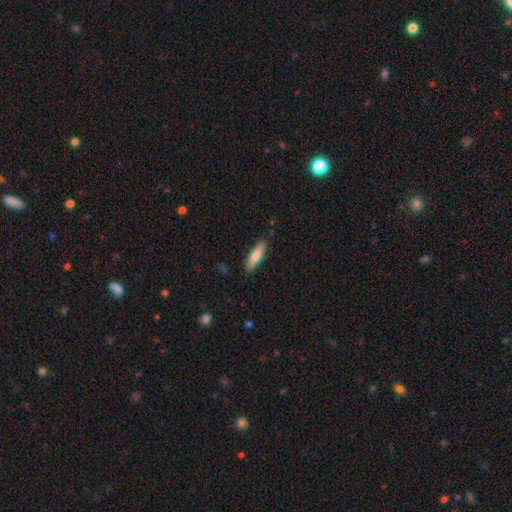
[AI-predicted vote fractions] smooth-or-featured: smooth: 78% | featured or disk: 16% | star or artifact: 6%
  how-rounded: cigar-shaped: 52% | in between: 46% | round: 2%
  merging: none: 86% | minor disturbance: 10% | major disturbance: 2% | merger: 1%